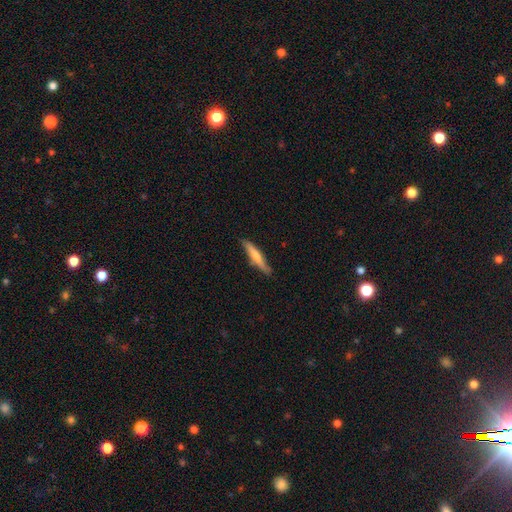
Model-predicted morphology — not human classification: smooth 62%, featured or disk 33%, star or artifact 5%. Down the decision tree: how rounded — cigar-shaped (91%); merging — none (82%).